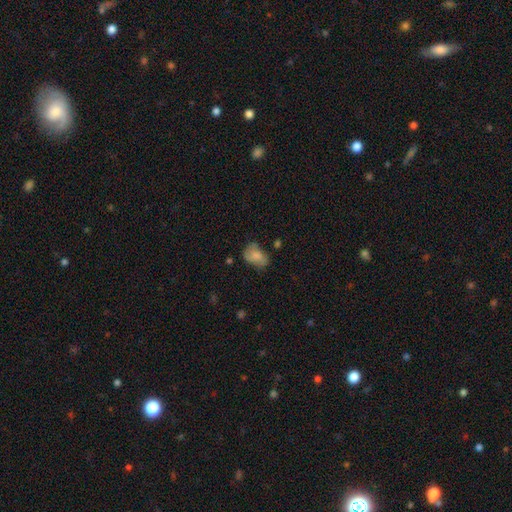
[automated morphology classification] smooth_or_featured: smooth (p=0.71) [alt: featured or disk p=0.20]
how_rounded: in between (p=0.81) [alt: round p=0.18]
merging: none (p=0.54) [alt: minor disturbance p=0.31]